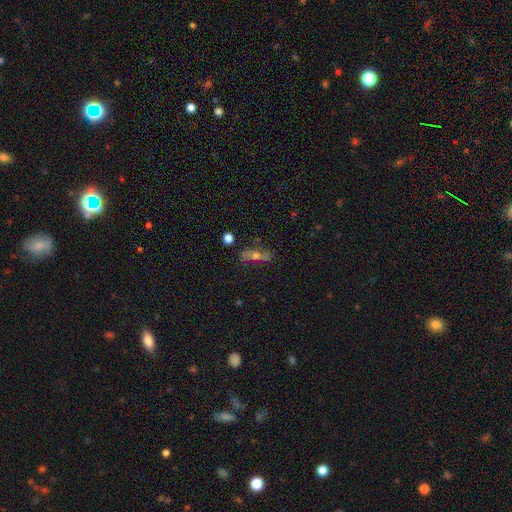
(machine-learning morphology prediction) smooth-or-featured: featured or disk: 48% | smooth: 40% | star or artifact: 12%
  merging: none: 75% | minor disturbance: 16% | major disturbance: 5% | merger: 3%